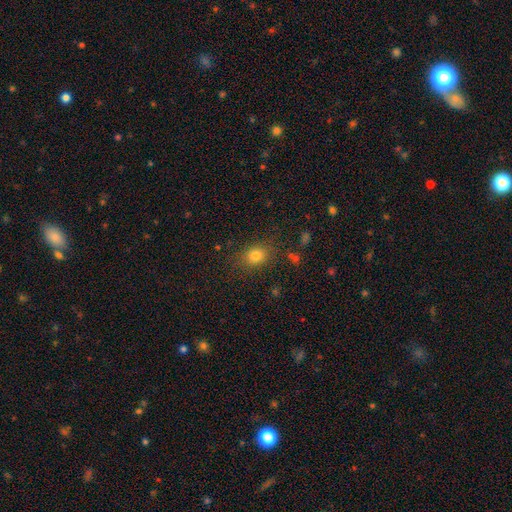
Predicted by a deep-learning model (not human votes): smooth 80%, star or artifact 12%, featured or disk 8%. Down the decision tree: how rounded — in between (50%); merging — none (81%).